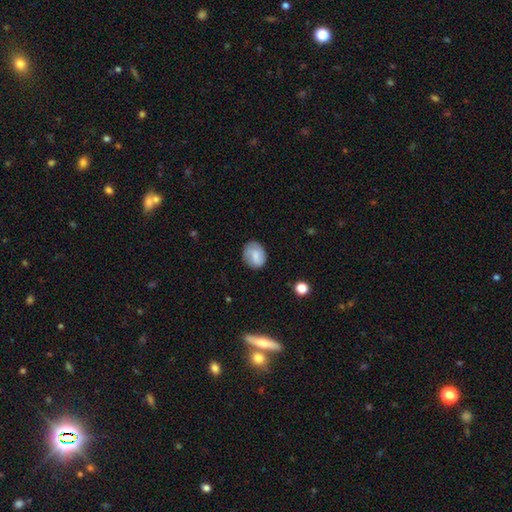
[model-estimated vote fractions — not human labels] This is likely a smooth galaxy (73%). How rounded: possibly round (54%). Merging: likely none (73%).